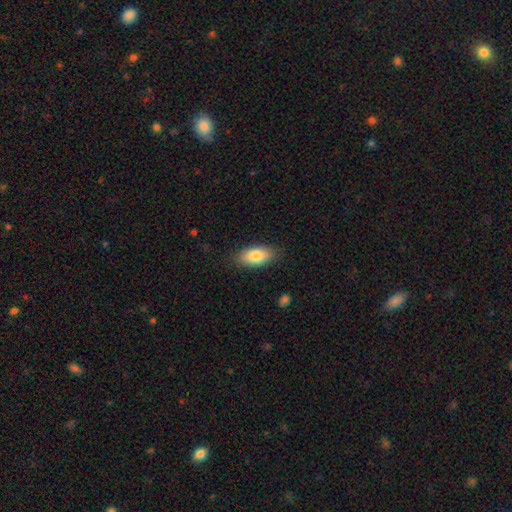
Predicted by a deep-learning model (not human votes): The model was most divided on "smooth or featured": smooth: 83%, featured or disk: 11%, star or artifact: 7%. More confident: how rounded — in between (90%); merging — none (86%).